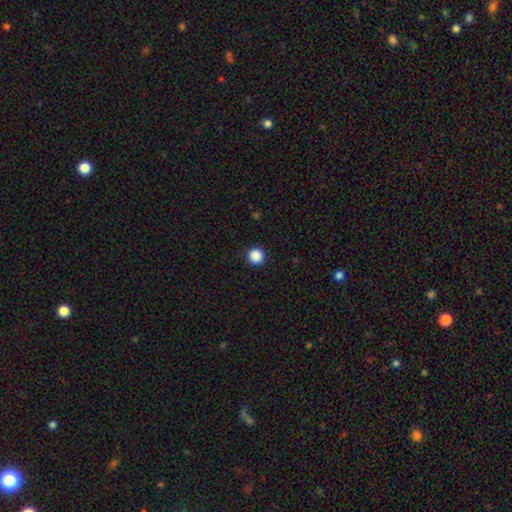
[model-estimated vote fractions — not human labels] smooth-or-featured: smooth: 88% | star or artifact: 10% | featured or disk: 2%
  how-rounded: round: 96% | in between: 3% | cigar-shaped: 1%
  merging: none: 93% | minor disturbance: 5% | major disturbance: 2% | merger: 1%